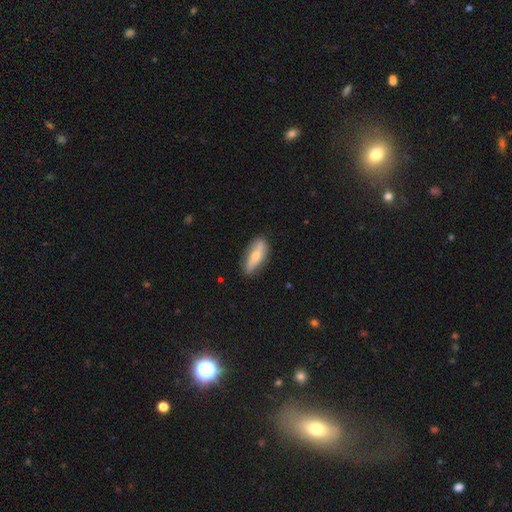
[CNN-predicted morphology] This appears to be a featured or disk galaxy (51%). Merging: none (83%).